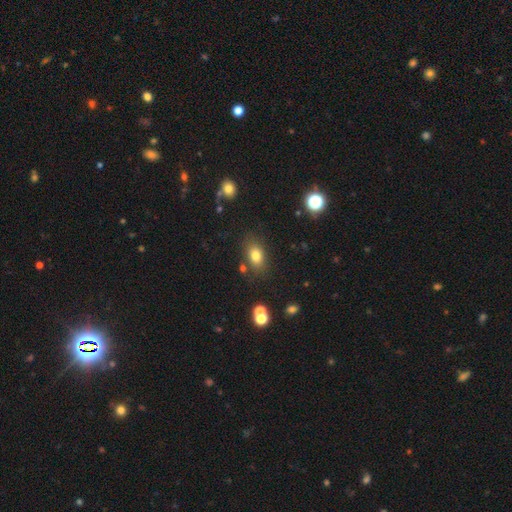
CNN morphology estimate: Smooth or featured: smooth — 78% (star or artifact — 12%)
How rounded: in between — 79% (round — 19%)
Merging: none — 78% (minor disturbance — 12%)